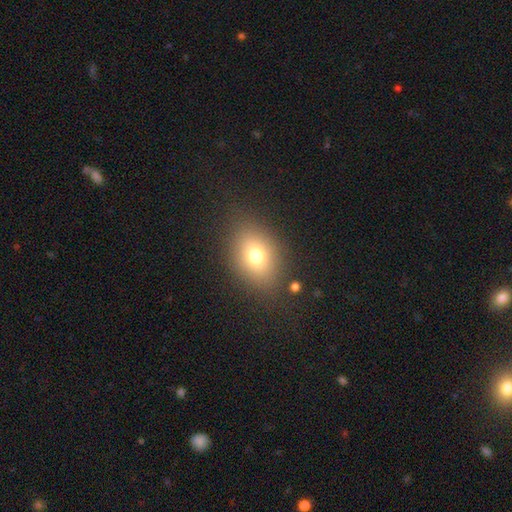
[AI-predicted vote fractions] The model was most divided on "how rounded": in between: 68%, round: 30%, cigar-shaped: 2%. More confident: merging — none (82%); smooth or featured — smooth (72%).